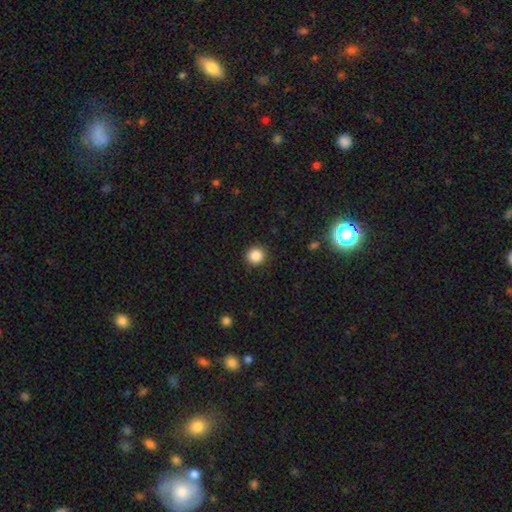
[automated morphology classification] Smooth or featured? smooth (87%)
How rounded? round (94%)
Merging? none (92%)